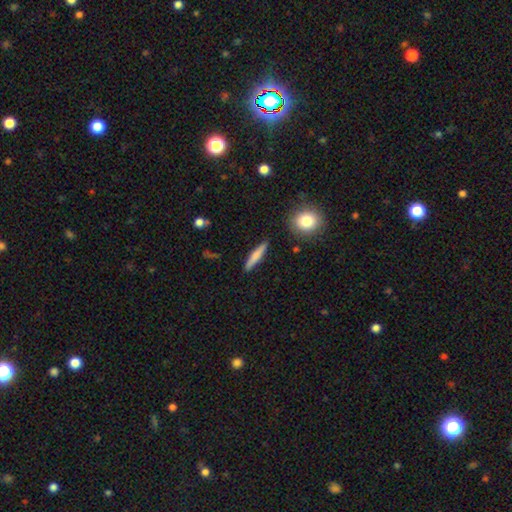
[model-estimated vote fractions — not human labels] smooth 70%, featured or disk 24%, star or artifact 6%. Down the decision tree: how rounded — cigar-shaped (90%); merging — none (90%).